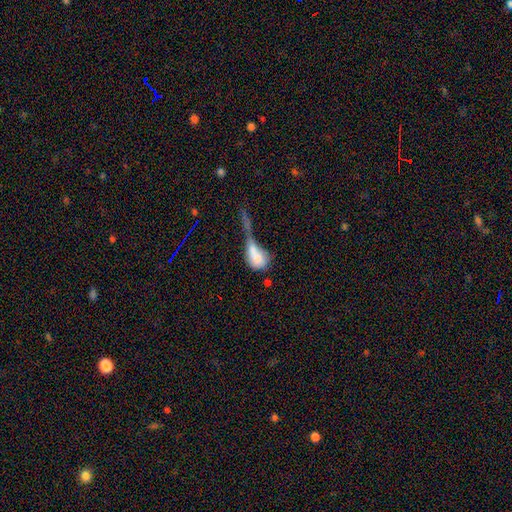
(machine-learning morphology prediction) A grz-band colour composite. It shows a smooth galaxy with no disk features (67%) that is in between round and cigar-shaped (63%). Merging: merger (40%).